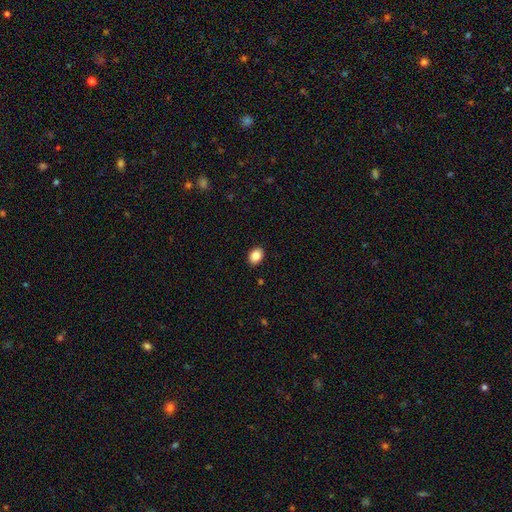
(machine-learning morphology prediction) smooth-or-featured: smooth: 87% | star or artifact: 8% | featured or disk: 5%
  how-rounded: in between: 72% | round: 27% | cigar-shaped: 1%
  merging: none: 90% | minor disturbance: 7% | major disturbance: 2% | merger: 1%